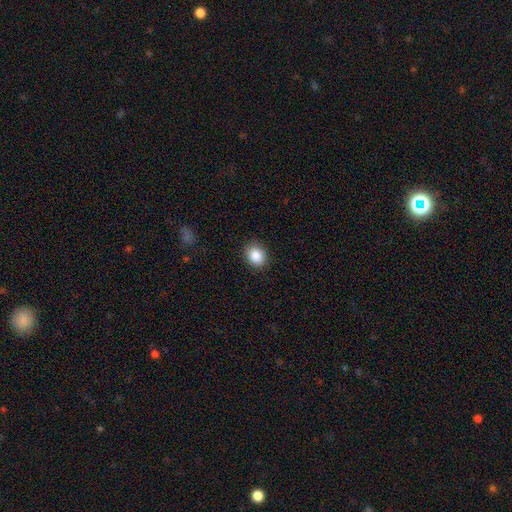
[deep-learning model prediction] smooth_or_featured: smooth (p=0.87) [alt: star or artifact p=0.09]
how_rounded: round (p=0.54) [alt: in between p=0.45]
merging: none (p=0.89) [alt: minor disturbance p=0.08]